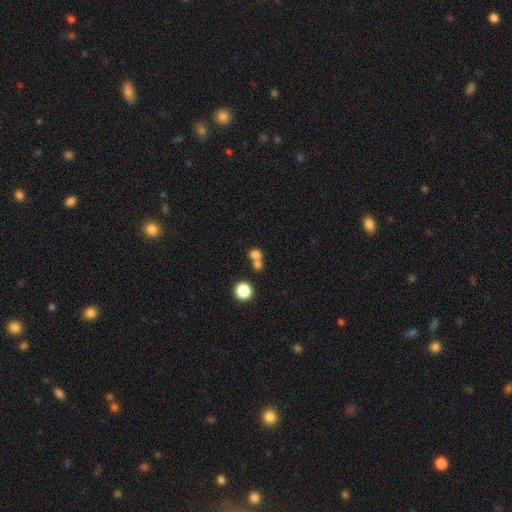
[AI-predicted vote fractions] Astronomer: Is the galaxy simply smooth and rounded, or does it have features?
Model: smooth — 75%.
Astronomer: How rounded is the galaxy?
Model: round — 68%.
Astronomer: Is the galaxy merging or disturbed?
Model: merger — 56% (runner-up: none, 34%).